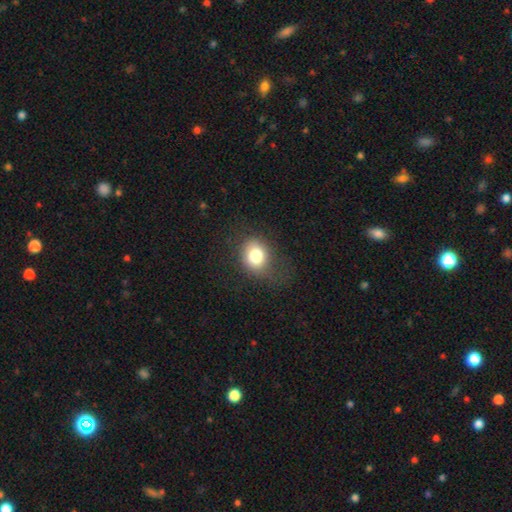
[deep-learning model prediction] This appears to be a smooth galaxy with no disk features (79%) that is round (55%). Merging: none (69%).